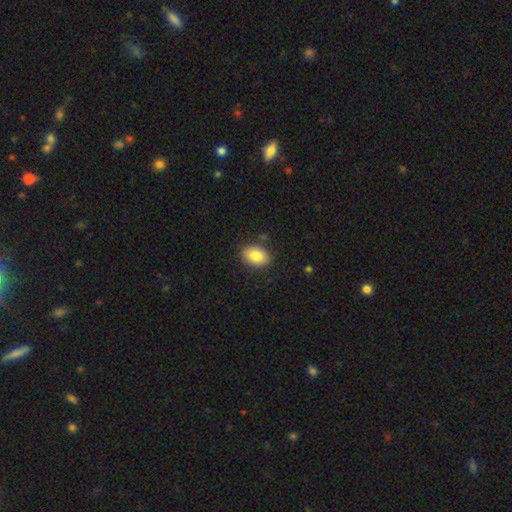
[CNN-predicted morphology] smooth 86%, star or artifact 7%, featured or disk 7%. Down the decision tree: how rounded — in between (83%); merging — none (86%).